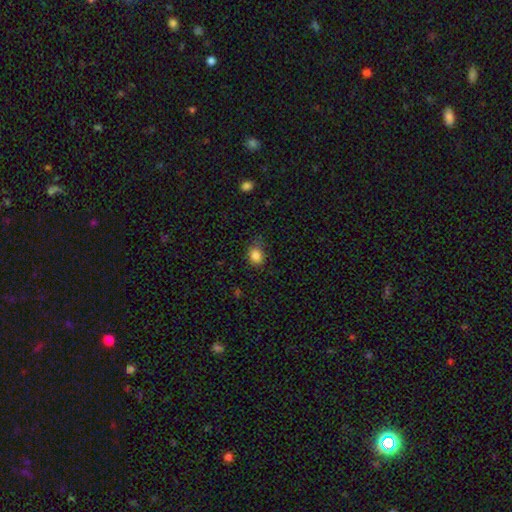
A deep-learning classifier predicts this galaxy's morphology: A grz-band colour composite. It shows a smooth galaxy with no disk features (84%) that is round (53%). Merging: none (68%).